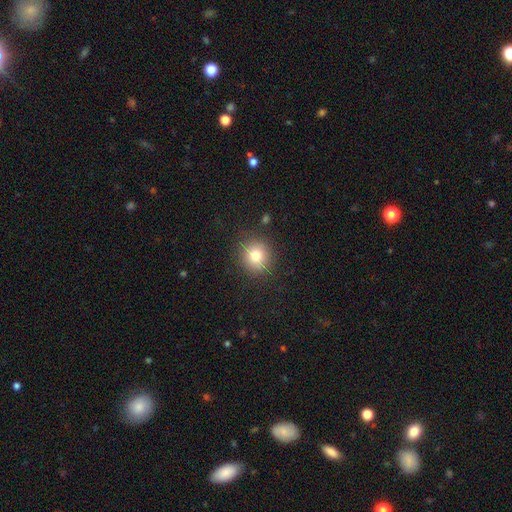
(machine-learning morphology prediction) Smooth or featured? Predicted: smooth (p=0.79). How rounded? Predicted: round (p=0.88). Merging? Predicted: none (p=0.86).